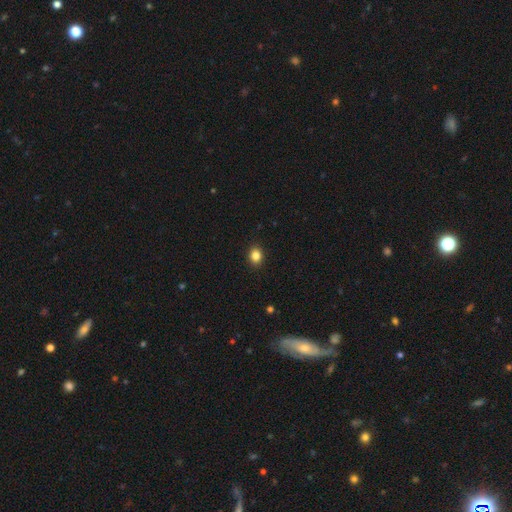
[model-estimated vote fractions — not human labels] Overall: smooth (85%). How rounded: round (55%; in between 44%). Merging: none (91%).